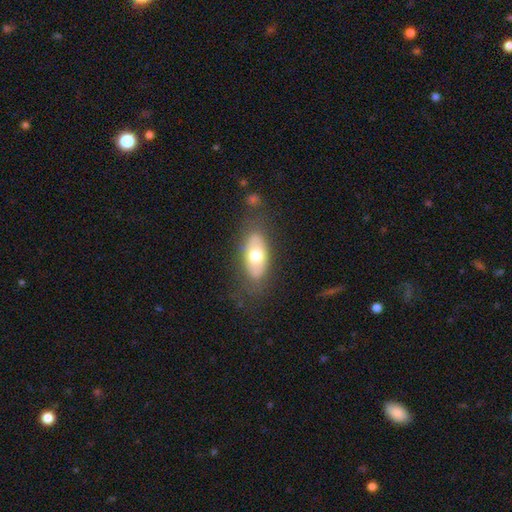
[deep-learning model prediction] Q: Smooth or featured?
A: smooth (60%); runner-up: featured or disk (33%)
Q: How rounded?
A: in between (85%); runner-up: cigar-shaped (10%)
Q: Merging?
A: none (76%); runner-up: minor disturbance (16%)